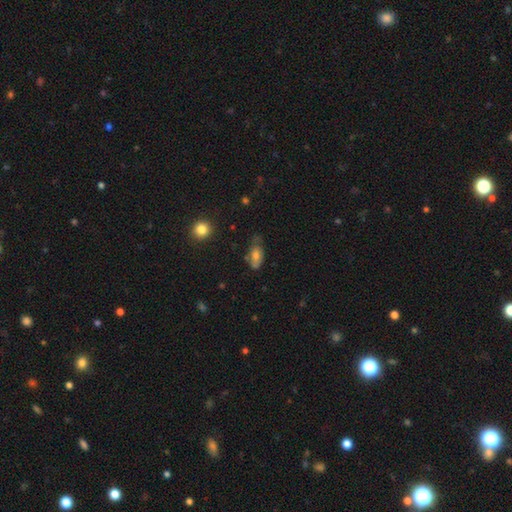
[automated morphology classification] Smooth or featured?
  - smooth: 55% *
  - featured or disk: 34%
  - star or artifact: 10%
How rounded?
  - in between: 86% *
  - cigar-shaped: 9%
  - round: 6%
Merging?
  - none: 55% *
  - minor disturbance: 31%
  - major disturbance: 12%
  - merger: 3%